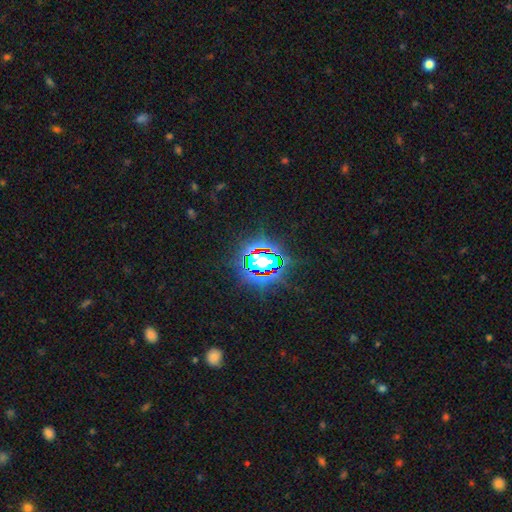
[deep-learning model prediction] This appears to be a star or artifact, not a galaxy (76%).